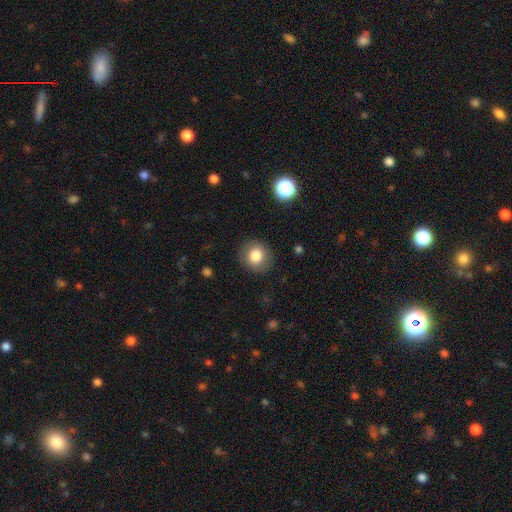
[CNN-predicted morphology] Smooth or featured? Predicted: smooth (p=0.82). How rounded? Predicted: round (p=0.86). Merging? Predicted: none (p=0.87).